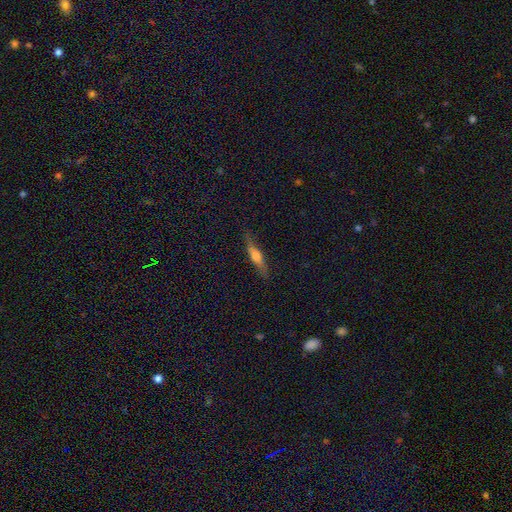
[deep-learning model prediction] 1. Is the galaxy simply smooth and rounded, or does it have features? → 55% featured or disk, 37% smooth, 8% star or artifact.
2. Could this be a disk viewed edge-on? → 93% yes, 7% no.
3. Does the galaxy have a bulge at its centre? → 80% rounded, 12% boxy, 8% none.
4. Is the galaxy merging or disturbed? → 83% none, 13% minor disturbance, 3% major disturbance, 1% merger.